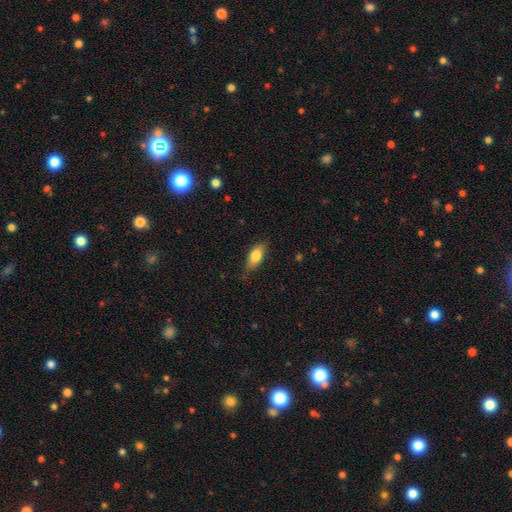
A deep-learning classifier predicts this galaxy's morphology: This appears to be a smooth galaxy with no disk features (77%) that is in between round and cigar-shaped (82%). Merging: none (77%).